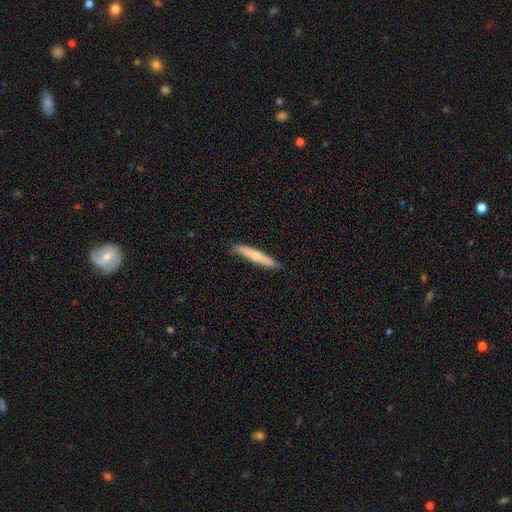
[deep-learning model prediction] Morphology: type=smooth (55%); roundness=cigar-shaped (92%); merging=none (87%).